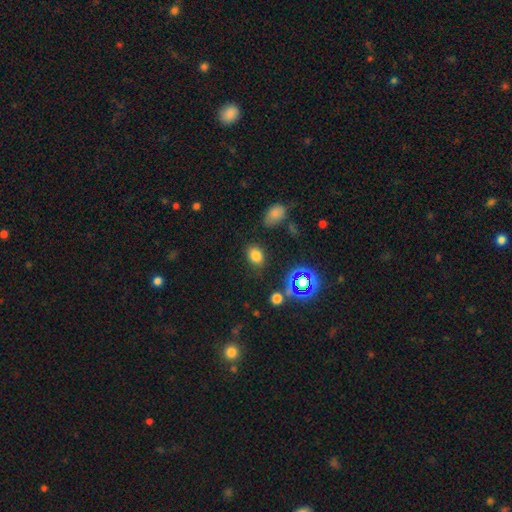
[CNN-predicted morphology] Smooth or featured? Predicted: smooth (p=0.76). How rounded? Predicted: in between (p=0.70). Merging? Predicted: none (p=0.80).